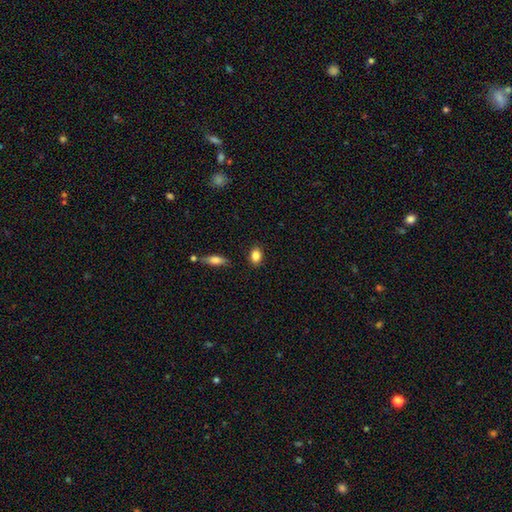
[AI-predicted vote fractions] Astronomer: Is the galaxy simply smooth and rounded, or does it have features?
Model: smooth — 85%.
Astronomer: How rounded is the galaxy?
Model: in between — 69%.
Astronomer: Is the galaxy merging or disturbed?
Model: none — 87%.